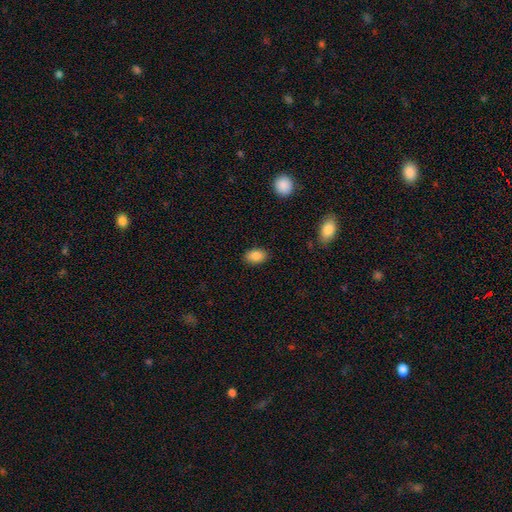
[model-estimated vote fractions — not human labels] Morphology: type=smooth (87%); roundness=in between (87%); merging=none (88%).